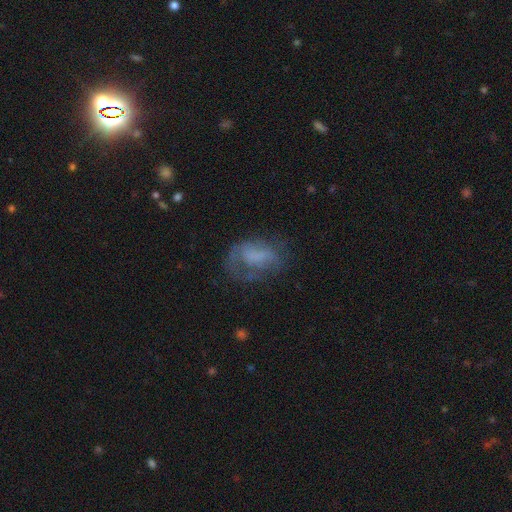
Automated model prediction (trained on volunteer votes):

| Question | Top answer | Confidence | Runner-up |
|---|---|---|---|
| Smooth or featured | smooth | 45% | featured or disk (43%) |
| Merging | none | 42% | major disturbance (31%) |